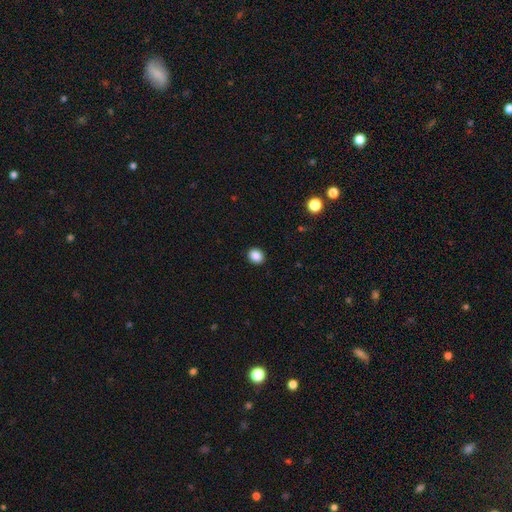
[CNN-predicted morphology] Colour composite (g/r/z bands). It shows a smooth galaxy with no disk features (88%) that is round (64%). Merging: none (91%).